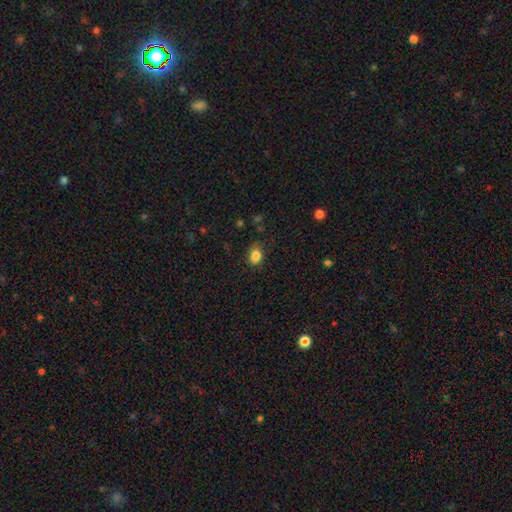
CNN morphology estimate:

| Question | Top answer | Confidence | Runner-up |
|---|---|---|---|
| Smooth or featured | smooth | 85% | star or artifact (10%) |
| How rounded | in between | 61% | round (38%) |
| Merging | none | 79% | minor disturbance (16%) |